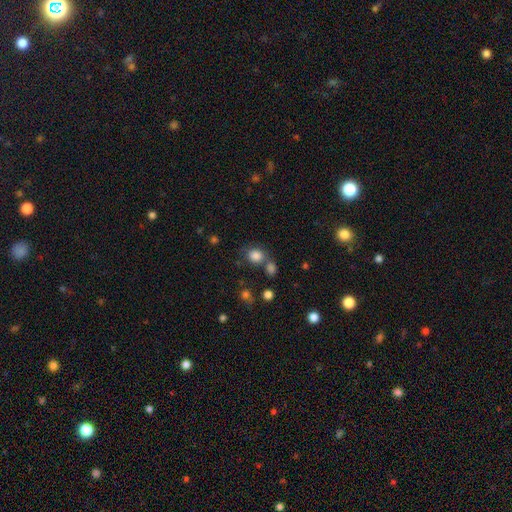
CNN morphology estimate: A smooth galaxy with no disk features (83%) that is round (63%).

Vote fractions:
- Smooth or featured? smooth: 83% / star or artifact: 12% / featured or disk: 6%
- How rounded? round: 63% / in between: 36% / cigar-shaped: 1%
- Merging? none: 58% / merger: 23% / minor disturbance: 13% / major disturbance: 6%